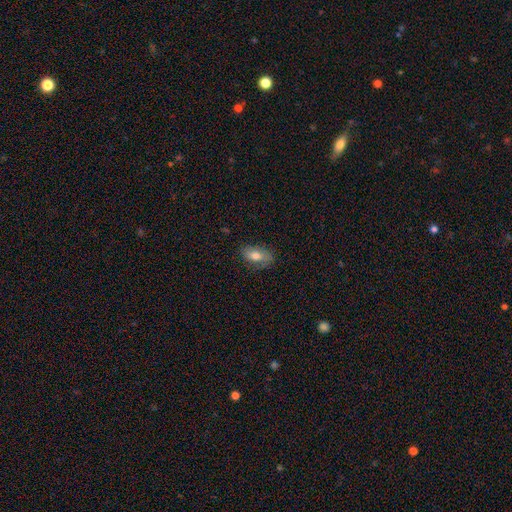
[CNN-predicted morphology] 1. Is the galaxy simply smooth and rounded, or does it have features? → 75% smooth, 17% featured or disk, 8% star or artifact.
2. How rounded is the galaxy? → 88% in between, 6% cigar-shaped, 6% round.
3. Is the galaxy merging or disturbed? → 74% none, 20% minor disturbance, 5% major disturbance, 1% merger.